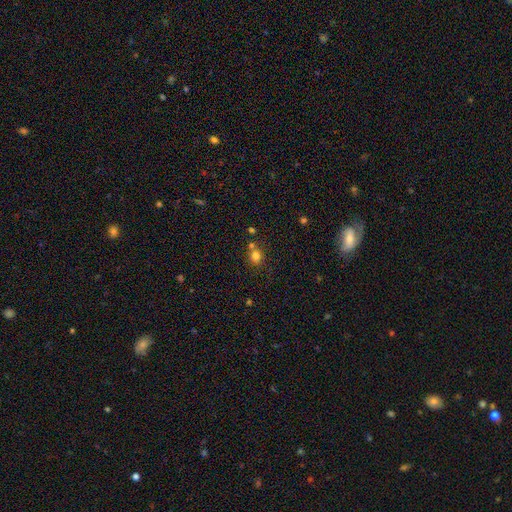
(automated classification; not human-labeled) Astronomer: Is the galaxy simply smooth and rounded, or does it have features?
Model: smooth — 79%.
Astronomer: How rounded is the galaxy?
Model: round — 76%.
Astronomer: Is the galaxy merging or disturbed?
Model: none — 62%.